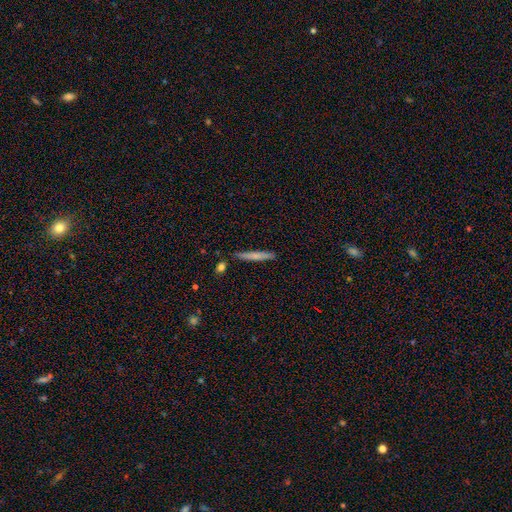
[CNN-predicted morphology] smooth-or-featured: smooth: 67% | featured or disk: 27% | star or artifact: 6%
  how-rounded: cigar-shaped: 95% | in between: 4% | round: 1%
  merging: none: 86% | minor disturbance: 10% | merger: 3% | major disturbance: 2%